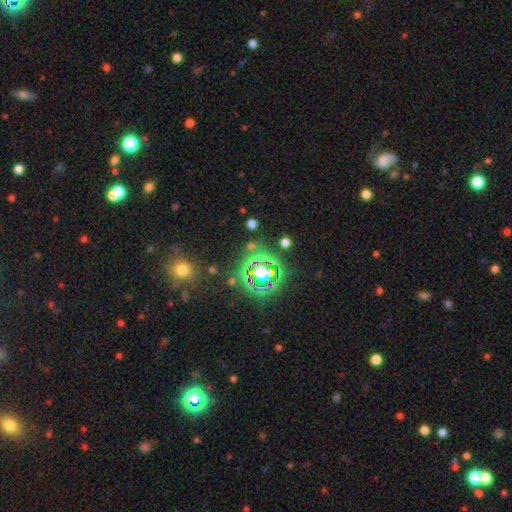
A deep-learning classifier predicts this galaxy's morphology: A star or artifact, not a galaxy (78%).